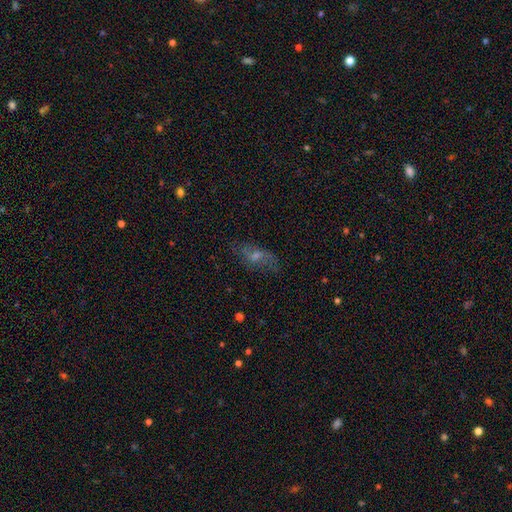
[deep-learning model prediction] Smooth or featured? Predicted: featured or disk (p=0.48). Merging? Predicted: none (p=0.70).